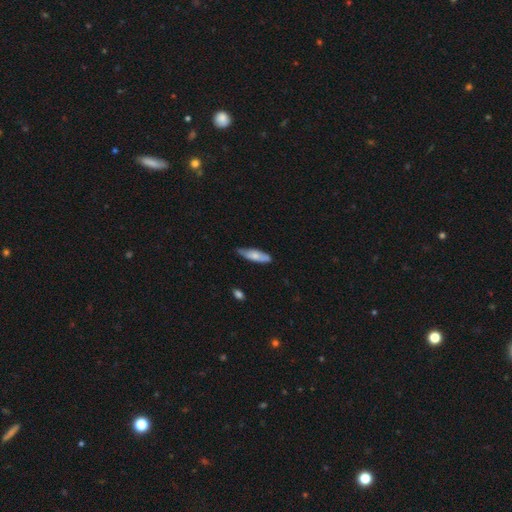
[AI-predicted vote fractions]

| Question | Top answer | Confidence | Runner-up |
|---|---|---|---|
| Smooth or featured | smooth | 64% | featured or disk (31%) |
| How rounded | cigar-shaped | 52% | in between (46%) |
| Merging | none | 65% | minor disturbance (29%) |